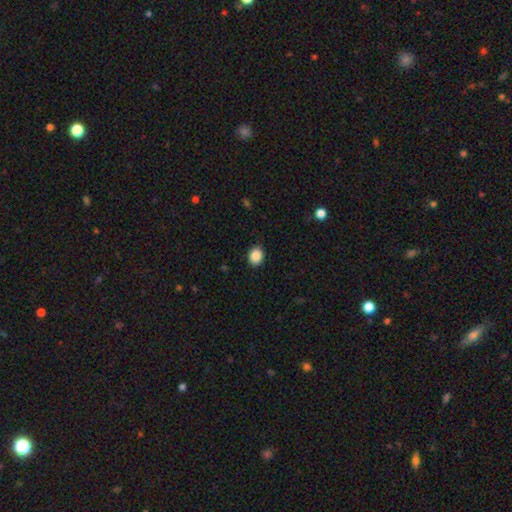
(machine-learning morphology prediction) This appears to be a smooth galaxy with no disk features (87%) that is round (51%). Merging: none (88%).